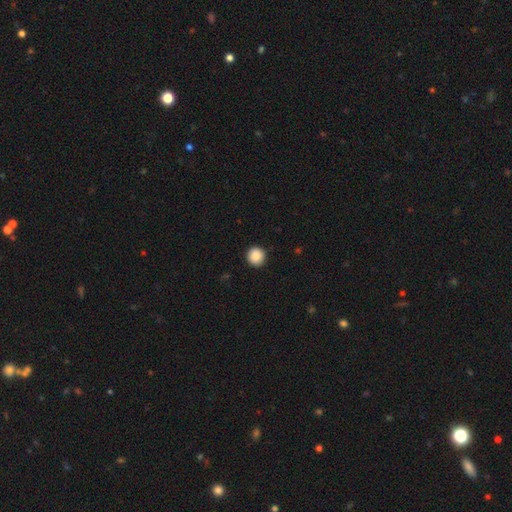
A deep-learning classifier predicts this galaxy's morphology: This appears to be a smooth galaxy with no disk features (89%) that is round (95%). Merging: none (92%).